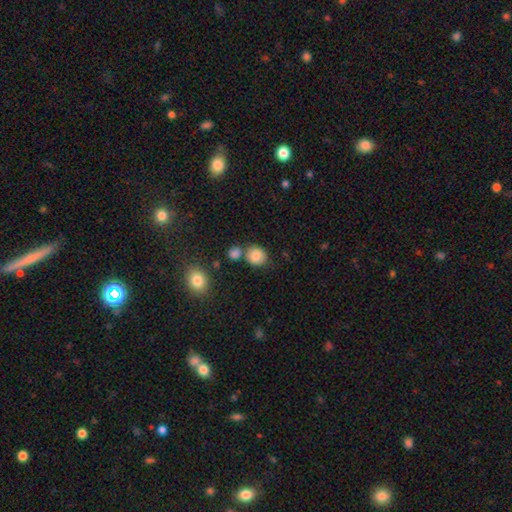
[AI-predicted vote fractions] Overall: smooth (83%). How rounded: round (73%). Merging: none (68%).